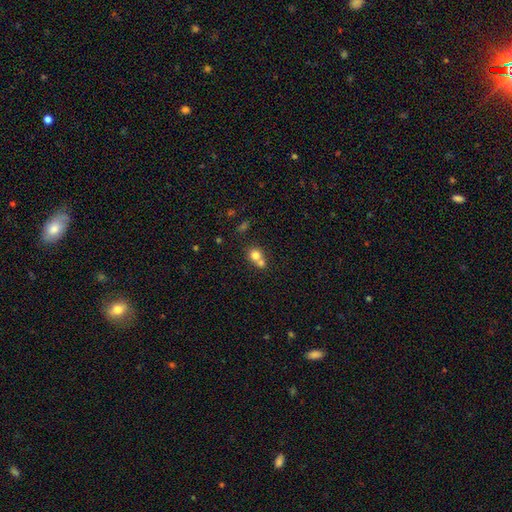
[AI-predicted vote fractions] smooth-or-featured: smooth: 75% | featured or disk: 14% | star or artifact: 11%
  how-rounded: round: 78% | in between: 21% | cigar-shaped: 1%
  merging: merger: 60% | none: 31% | minor disturbance: 6% | major disturbance: 3%